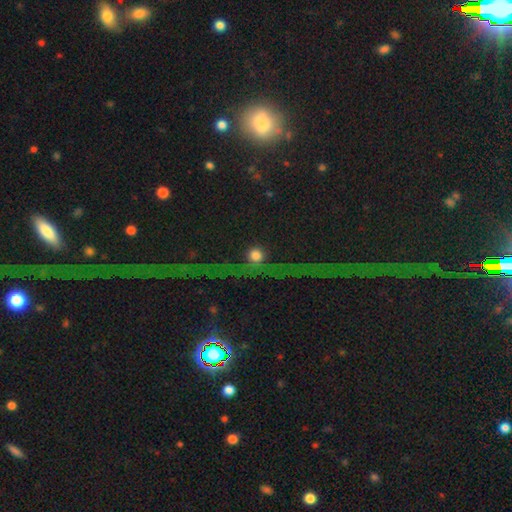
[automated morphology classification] Smooth or featured? smooth (57%)
How rounded? round (91%)
Merging? none (66%)